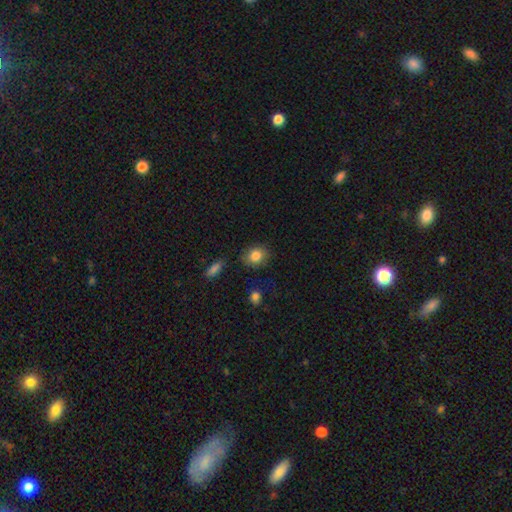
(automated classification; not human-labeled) Overall: smooth (83%). How rounded: round (56%; in between 43%). Merging: none (81%).